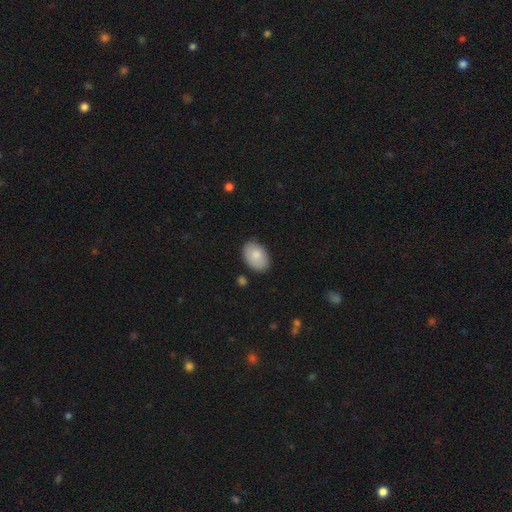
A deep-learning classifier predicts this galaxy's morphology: Smooth or featured? smooth (83%)
How rounded? in between (88%)
Merging? none (81%)